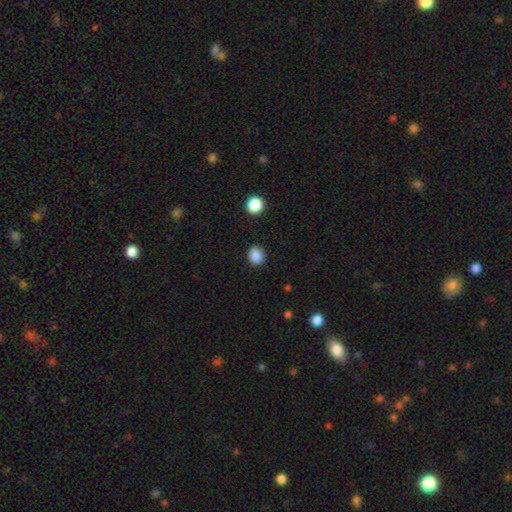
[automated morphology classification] smooth 87%, star or artifact 10%, featured or disk 3%. Down the decision tree: how rounded — round (74%); merging — none (86%).